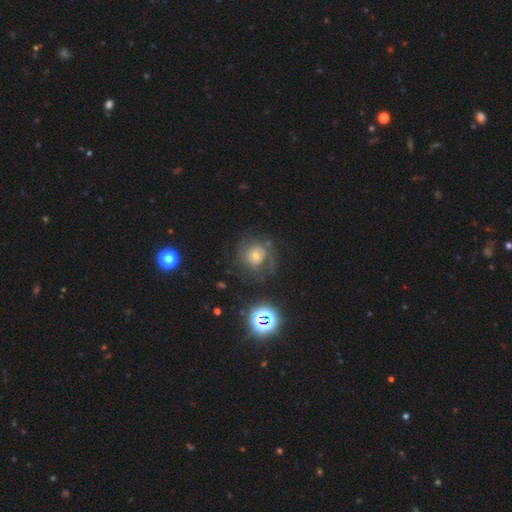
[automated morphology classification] Q: Smooth or featured?
A: featured or disk (62%); runner-up: smooth (21%)
Q: Edge-on disk?
A: no (97%); runner-up: yes (3%)
Q: Bar?
A: no (68%); runner-up: weak (27%)
Q: Spiral arms?
A: yes (87%); runner-up: no (13%)
Q: Spiral winding?
A: tight (51%); runner-up: medium (37%)
Q: Spiral arm count?
A: can't tell (37%); runner-up: 2 (33%)
Q: Bulge size?
A: moderate (46%); runner-up: small (44%)
Q: Merging?
A: none (67%); runner-up: minor disturbance (17%)